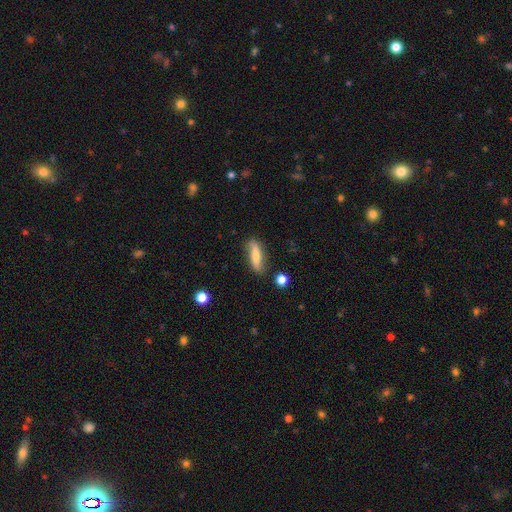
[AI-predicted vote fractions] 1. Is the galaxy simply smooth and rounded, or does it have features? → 59% smooth, 34% featured or disk, 7% star or artifact.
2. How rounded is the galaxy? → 61% cigar-shaped, 36% in between, 3% round.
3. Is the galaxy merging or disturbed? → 78% none, 16% minor disturbance, 3% major disturbance, 3% merger.